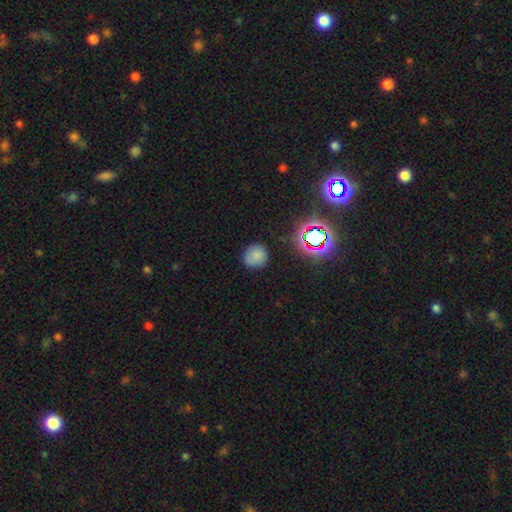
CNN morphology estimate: smooth 75%, star or artifact 18%, featured or disk 7%. Down the decision tree: how rounded — round (90%); merging — none (83%).